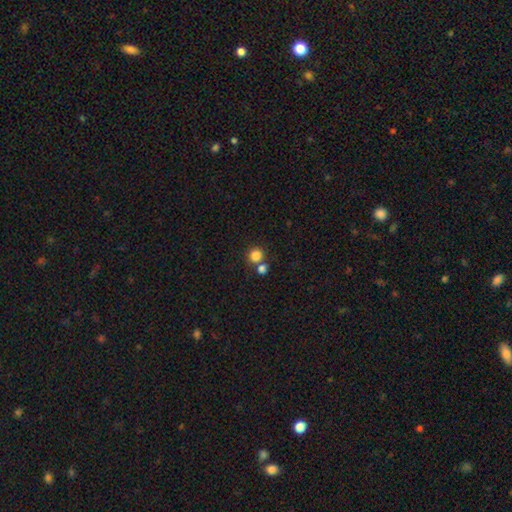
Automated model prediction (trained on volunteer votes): Q: Smooth or featured?
A: smooth (83%); runner-up: star or artifact (12%)
Q: How rounded?
A: round (92%); runner-up: in between (7%)
Q: Merging?
A: none (63%); runner-up: merger (27%)